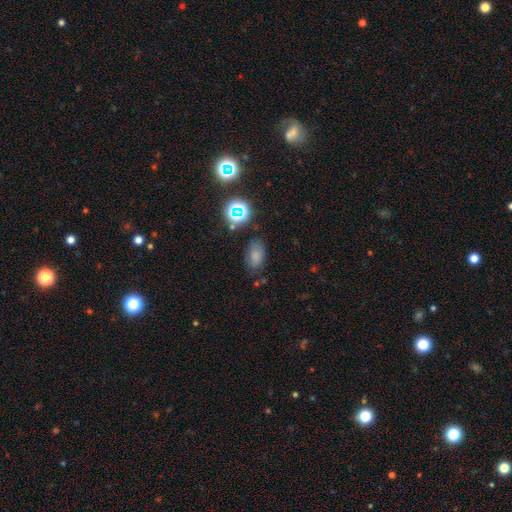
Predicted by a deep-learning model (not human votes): Smooth or featured? smooth (73%)
How rounded? in between (88%)
Merging? none (73%)